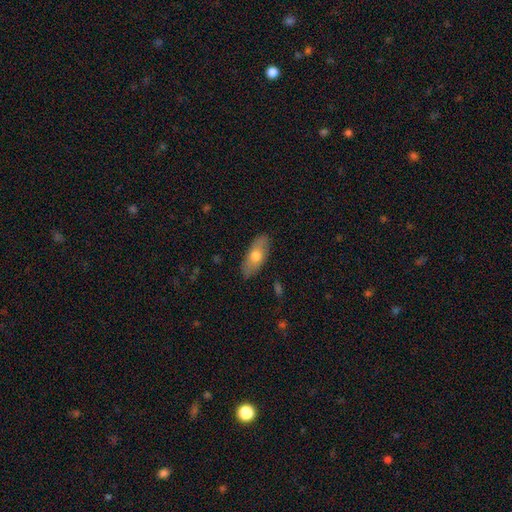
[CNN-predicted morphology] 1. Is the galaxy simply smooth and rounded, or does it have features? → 66% smooth, 28% featured or disk, 6% star or artifact.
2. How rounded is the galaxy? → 80% in between, 17% cigar-shaped, 3% round.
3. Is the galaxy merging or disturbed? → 86% none, 11% minor disturbance, 2% major disturbance, 1% merger.